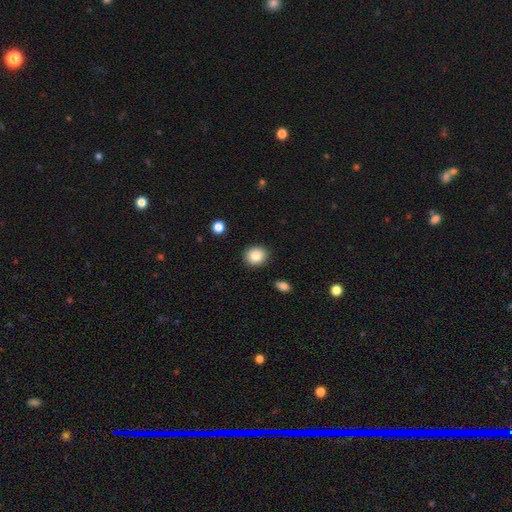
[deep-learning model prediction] Smooth or featured: smooth — 85% (star or artifact — 9%)
How rounded: round — 74% (in between — 25%)
Merging: none — 89% (minor disturbance — 7%)